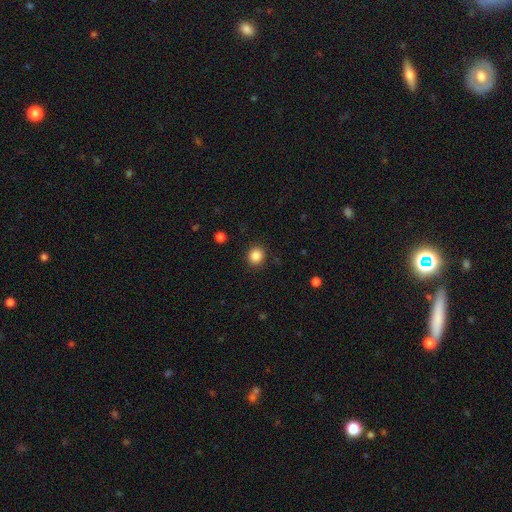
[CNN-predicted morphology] This appears to be a smooth galaxy with no disk features (86%) that is round (86%). Merging: none (90%).